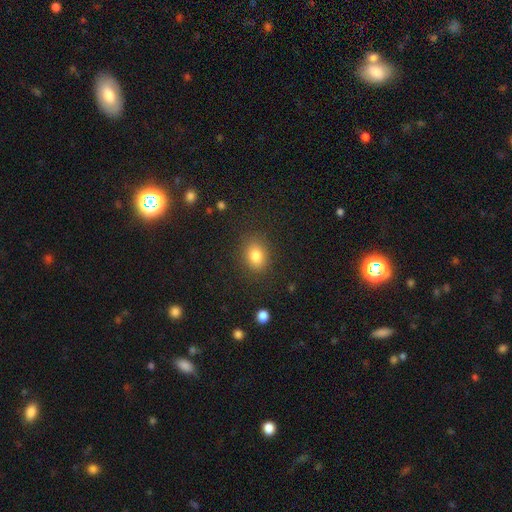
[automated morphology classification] This is clearly a smooth galaxy (83%). How rounded: likely in between (64%). Merging: clearly none (84%).